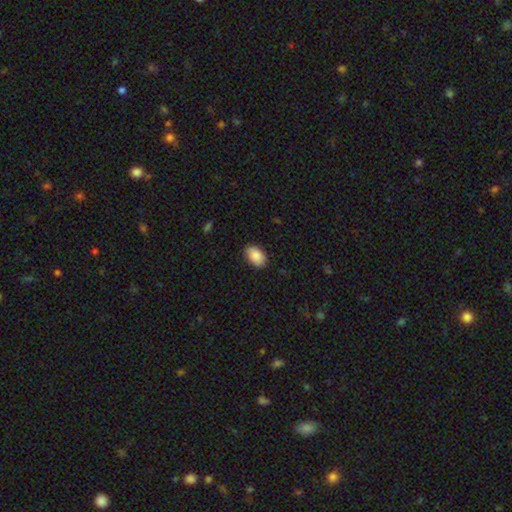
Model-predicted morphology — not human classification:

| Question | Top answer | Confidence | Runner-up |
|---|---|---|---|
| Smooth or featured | smooth | 89% | star or artifact (7%) |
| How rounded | in between | 90% | round (9%) |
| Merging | none | 84% | minor disturbance (13%) |